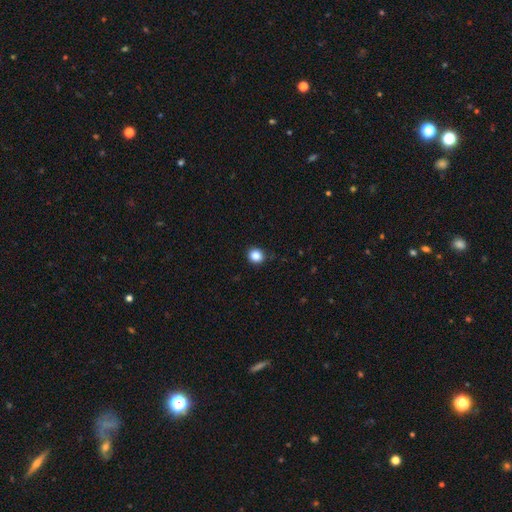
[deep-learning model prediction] smooth_or_featured: smooth (p=0.86) [alt: star or artifact p=0.11]
how_rounded: round (p=0.81) [alt: in between p=0.18]
merging: none (p=0.86) [alt: minor disturbance p=0.10]